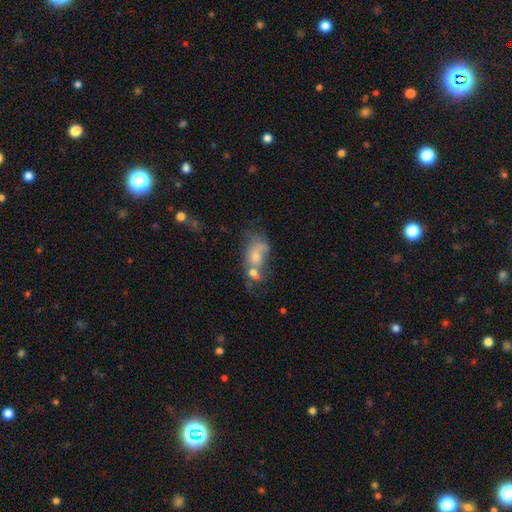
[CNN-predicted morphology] This appears to be a smooth galaxy with no disk features (49%). Merging: merger (47%).